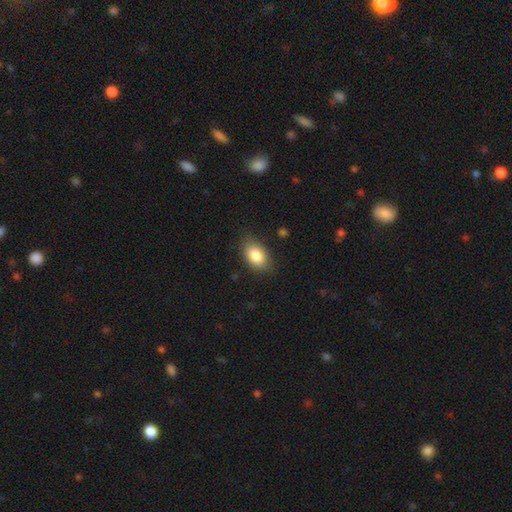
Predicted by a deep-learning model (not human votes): This is clearly a smooth galaxy (85%). How rounded: clearly in between (89%). Merging: likely none (79%).